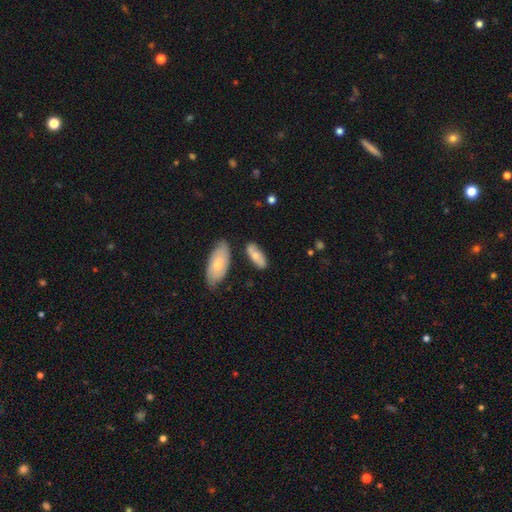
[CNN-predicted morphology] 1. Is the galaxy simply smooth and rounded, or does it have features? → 63% smooth, 30% featured or disk, 7% star or artifact.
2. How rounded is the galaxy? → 78% in between, 18% cigar-shaped, 3% round.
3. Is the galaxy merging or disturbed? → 68% none, 19% minor disturbance, 8% merger, 5% major disturbance.